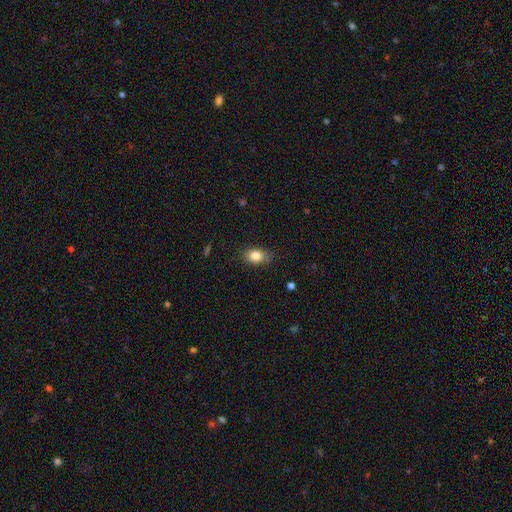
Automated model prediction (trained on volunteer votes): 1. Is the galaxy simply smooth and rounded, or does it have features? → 83% smooth, 10% star or artifact, 8% featured or disk.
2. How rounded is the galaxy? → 73% in between, 25% round, 2% cigar-shaped.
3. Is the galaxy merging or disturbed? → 79% none, 17% minor disturbance, 3% major disturbance, 1% merger.